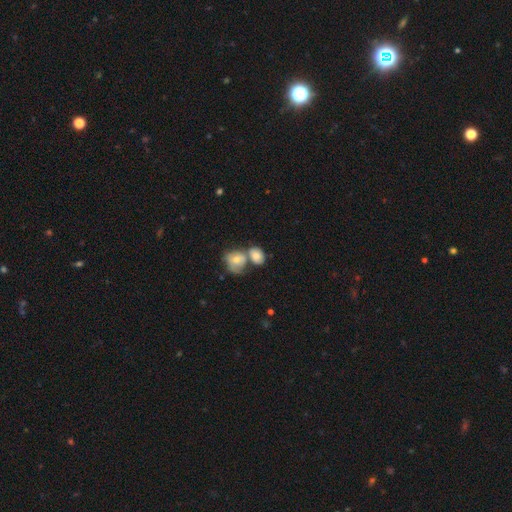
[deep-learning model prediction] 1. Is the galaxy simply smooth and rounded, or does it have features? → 72% smooth, 18% featured or disk, 9% star or artifact.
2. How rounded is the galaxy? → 55% in between, 44% round, 1% cigar-shaped.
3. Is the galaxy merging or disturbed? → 51% merger, 33% none, 12% minor disturbance, 5% major disturbance.